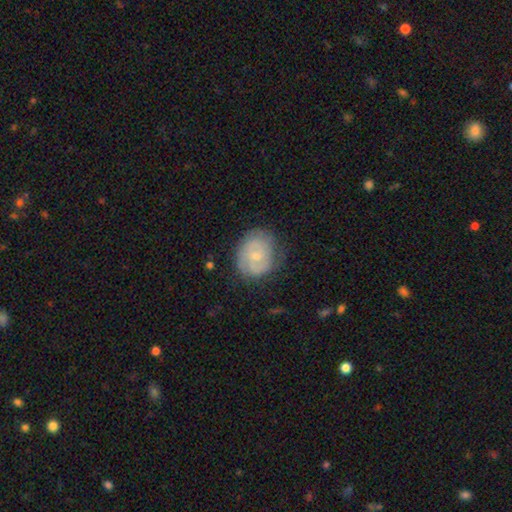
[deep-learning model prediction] The model was most divided on "bulge size": small: 58%, moderate: 36%, none: 3%, large: 2%, dominant: 1%. More confident: edge-on disk — no (97%); spiral arms — yes (78%); bar — no (70%); merging — none (69%); smooth or featured — featured or disk (58%).